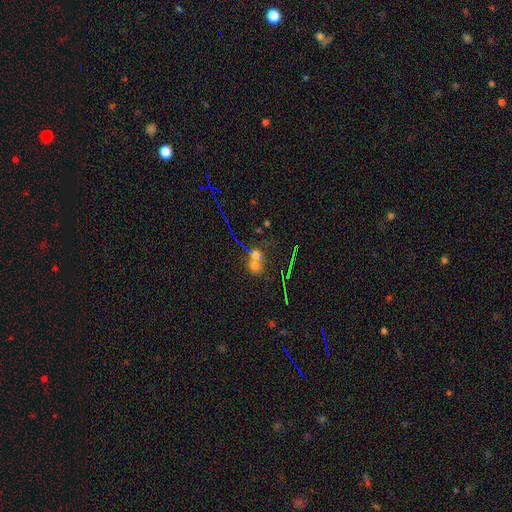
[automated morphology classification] type=smooth (54%); roundness=round (67%); merging=merger (60%).